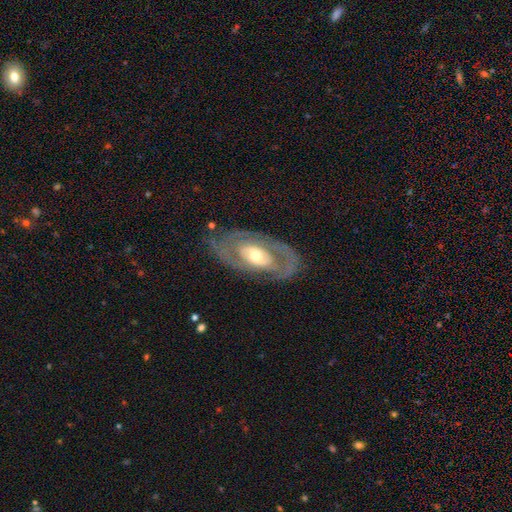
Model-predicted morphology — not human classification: Smooth or featured?
  - featured or disk: 78% *
  - smooth: 17%
  - star or artifact: 5%
Edge-on disk?
  - no: 92% *
  - yes: 8%
Bar?
  - no: 70% *
  - weak: 21%
  - strong: 9%
Spiral arms?
  - yes: 65% *
  - no: 35%
Bulge size?
  - moderate: 56% *
  - small: 33%
  - large: 9%
  - dominant: 1%
  - none: 1%
Merging?
  - none: 75% *
  - minor disturbance: 15%
  - major disturbance: 9%
  - merger: 1%